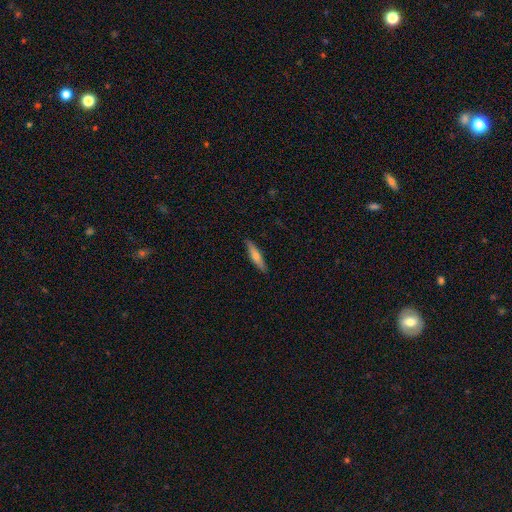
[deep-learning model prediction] Smooth or featured? Predicted: smooth (p=0.51). How rounded? Predicted: cigar-shaped (p=0.82). Merging? Predicted: none (p=0.90).